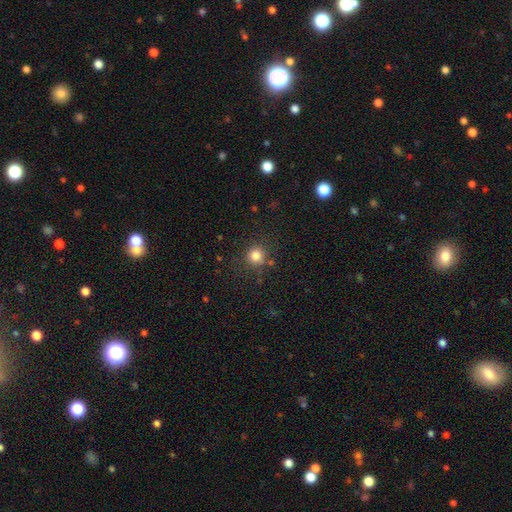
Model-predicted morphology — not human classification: This is clearly a smooth galaxy (81%). How rounded: clearly round (90%). Merging: clearly none (80%).